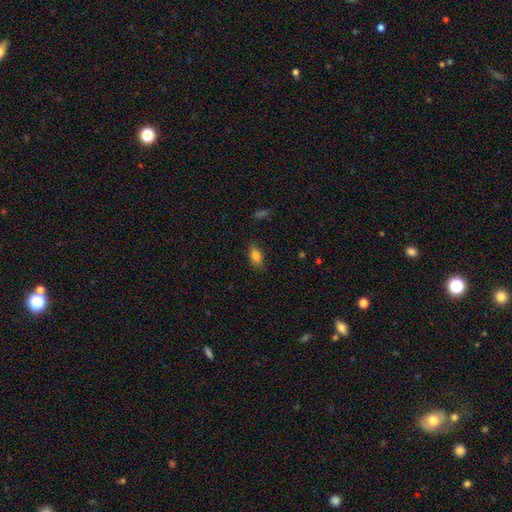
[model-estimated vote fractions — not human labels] Morphology: type=smooth (85%); roundness=in between (89%); merging=none (84%).